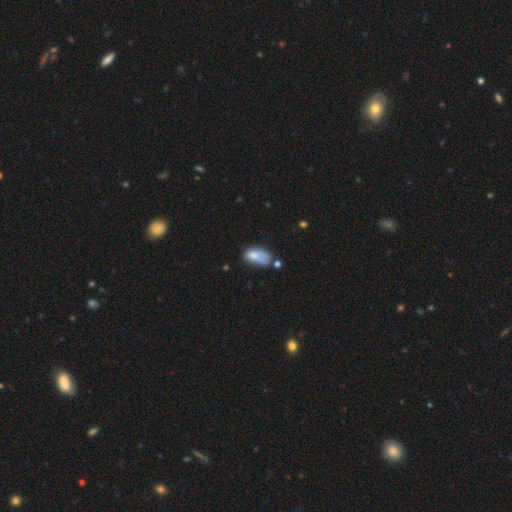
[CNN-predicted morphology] Q: Smooth or featured?
A: smooth (69%); runner-up: featured or disk (21%)
Q: How rounded?
A: in between (90%); runner-up: round (7%)
Q: Merging?
A: none (29%); runner-up: minor disturbance (28%)